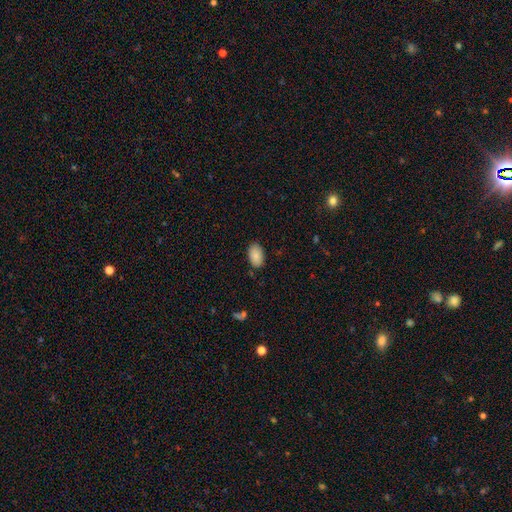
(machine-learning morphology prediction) This appears to be a smooth galaxy with no disk features (86%) that is in between round and cigar-shaped (93%). Merging: none (84%).